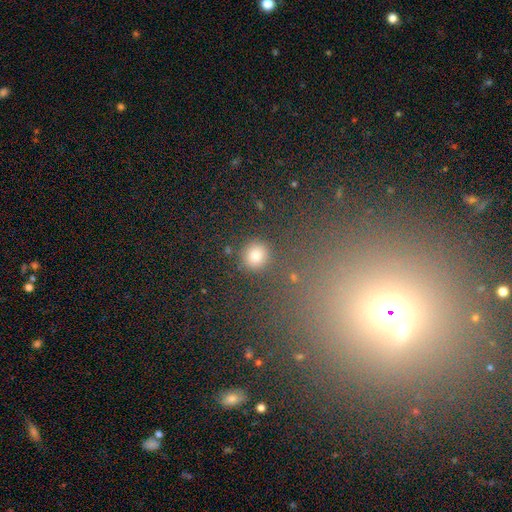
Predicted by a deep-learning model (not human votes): Q: Smooth or featured?
A: smooth (80%); runner-up: star or artifact (14%)
Q: How rounded?
A: round (87%); runner-up: in between (12%)
Q: Merging?
A: none (81%); runner-up: minor disturbance (9%)